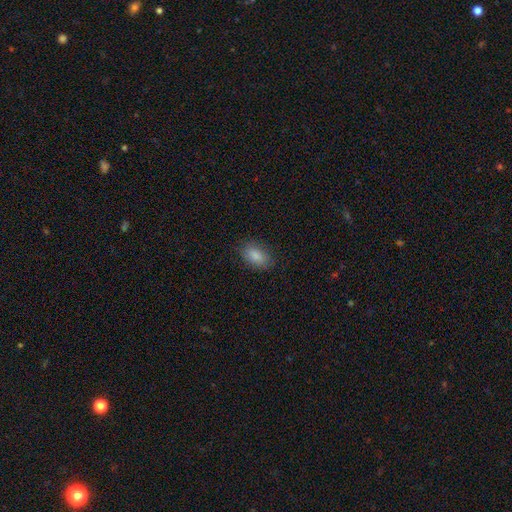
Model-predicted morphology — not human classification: Overall: smooth (87%). How rounded: in between (91%). Merging: none (84%).